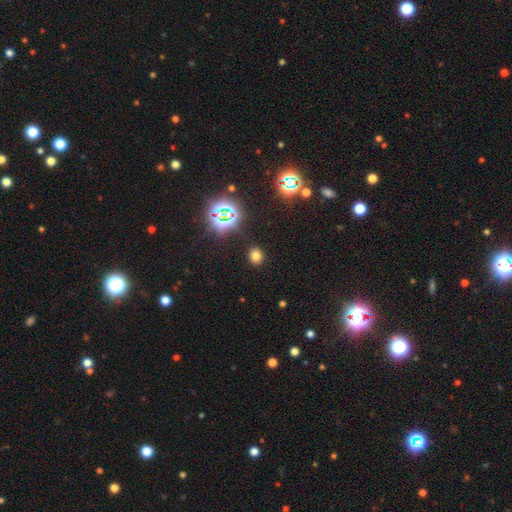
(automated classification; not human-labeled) Q: Smooth or featured?
A: smooth (69%); runner-up: star or artifact (24%)
Q: How rounded?
A: round (68%); runner-up: in between (31%)
Q: Merging?
A: none (89%); runner-up: minor disturbance (7%)